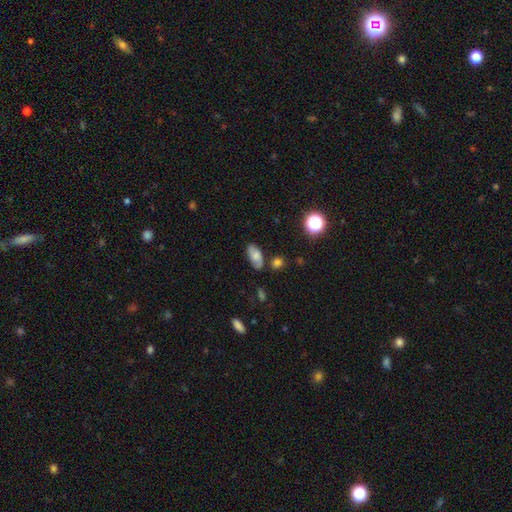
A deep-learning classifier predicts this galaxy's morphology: Smooth or featured: smooth — 62% (featured or disk — 28%)
How rounded: in between — 91% (round — 5%)
Merging: none — 73% (minor disturbance — 17%)